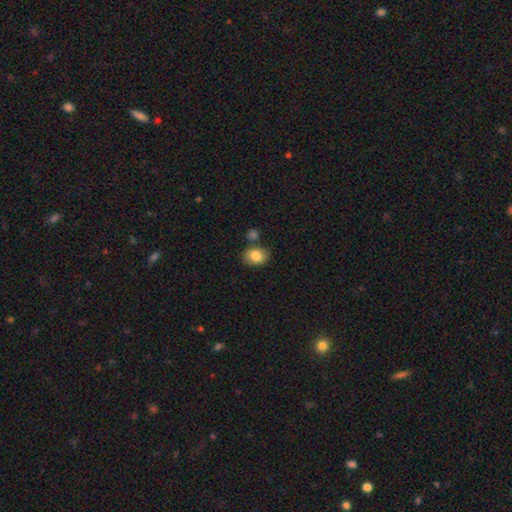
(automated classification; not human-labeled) Morphology: type=smooth (84%); roundness=in between (54%); merging=none (72%).